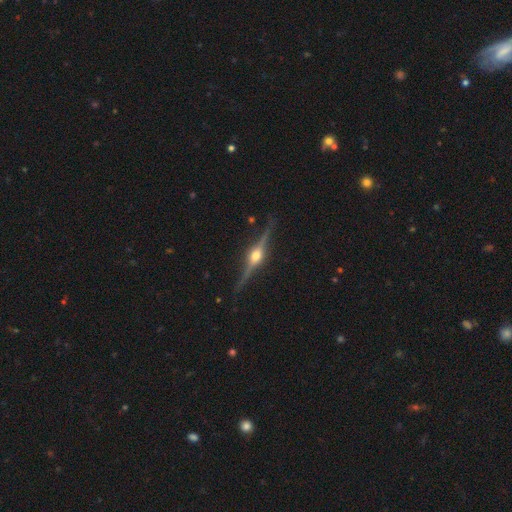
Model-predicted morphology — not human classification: Smooth or featured? featured or disk (88%)
Edge-on disk? yes (98%)
Edge-on bulge? rounded (95%)
Merging? none (89%)